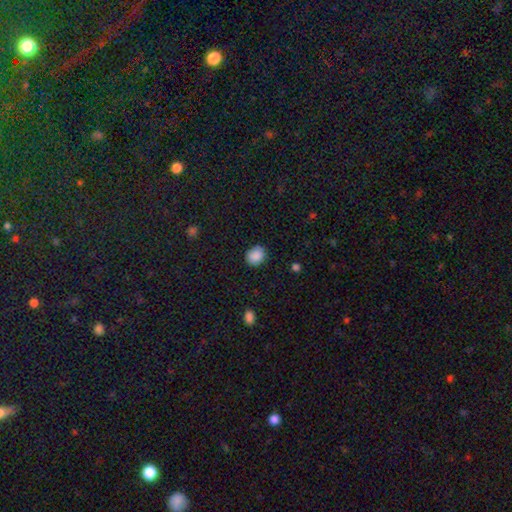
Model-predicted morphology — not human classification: The model was most divided on "how rounded": round: 59%, in between: 40%, cigar-shaped: 1%. More confident: smooth or featured — smooth (88%); merging — none (85%).